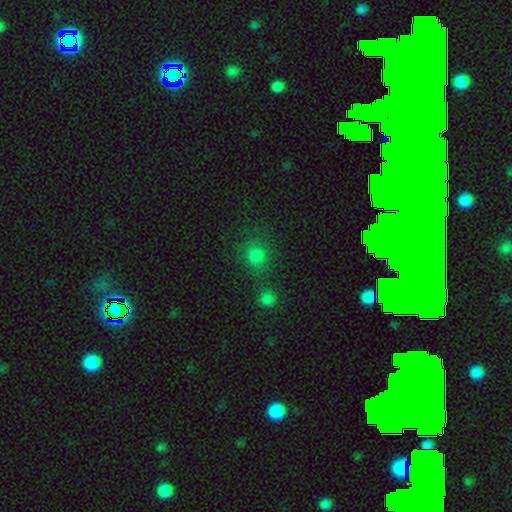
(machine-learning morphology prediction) smooth 78%, star or artifact 17%, featured or disk 5%. Down the decision tree: how rounded — round (85%); merging — none (67%).